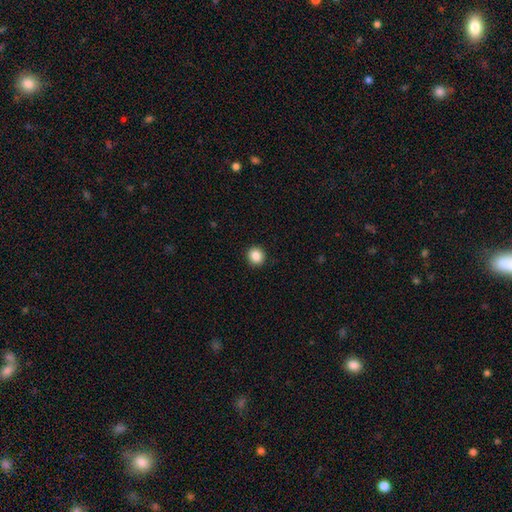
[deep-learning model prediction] Smooth or featured? Predicted: smooth (p=0.88). How rounded? Predicted: round (p=0.90). Merging? Predicted: none (p=0.93).